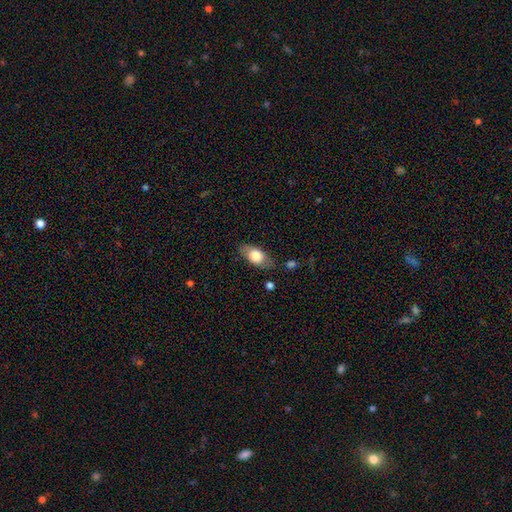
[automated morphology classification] Smooth or featured?
  - smooth: 72% *
  - featured or disk: 21%
  - star or artifact: 6%
How rounded?
  - in between: 87% *
  - cigar-shaped: 7%
  - round: 6%
Merging?
  - none: 77% *
  - minor disturbance: 16%
  - major disturbance: 4%
  - merger: 3%